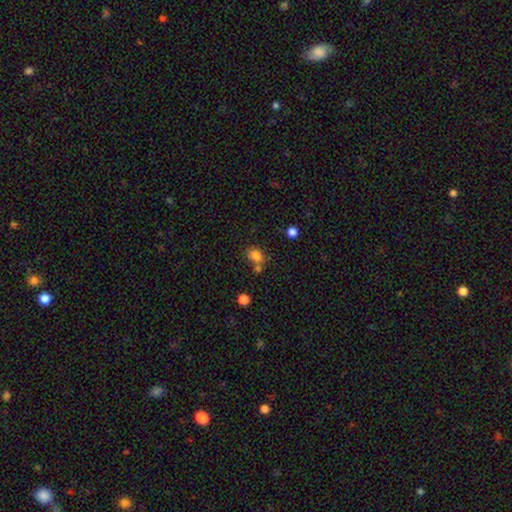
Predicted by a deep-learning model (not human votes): Smooth or featured? Predicted: smooth (p=0.81). How rounded? Predicted: in between (p=0.55). Merging? Predicted: none (p=0.54).